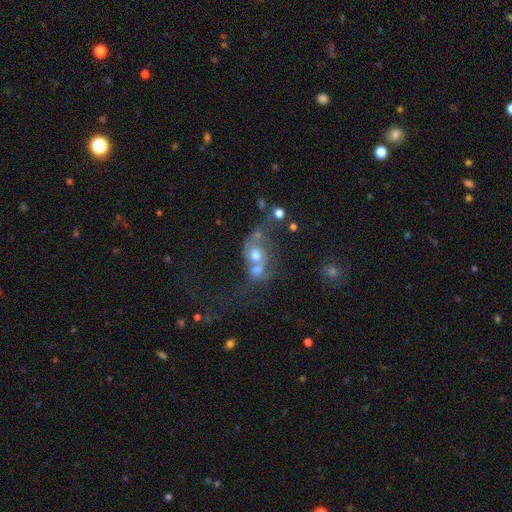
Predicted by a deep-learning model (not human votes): smooth_or_featured: featured or disk (p=0.46) [alt: smooth p=0.42]
merging: merger (p=0.64) [alt: major disturbance p=0.14]